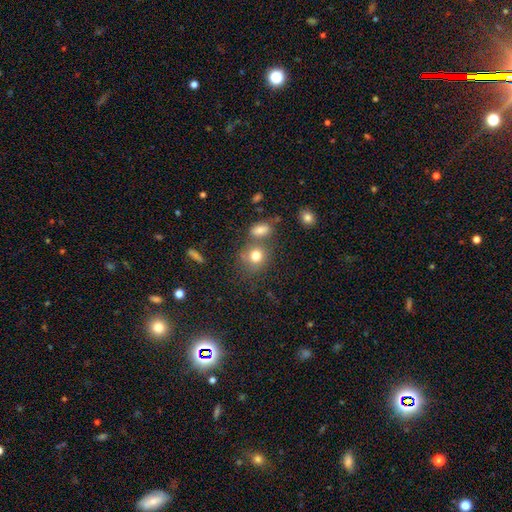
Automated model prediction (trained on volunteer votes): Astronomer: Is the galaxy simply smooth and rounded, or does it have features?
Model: smooth — 77%.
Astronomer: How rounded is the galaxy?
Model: round — 74%.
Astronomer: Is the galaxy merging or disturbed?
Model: none — 57%.